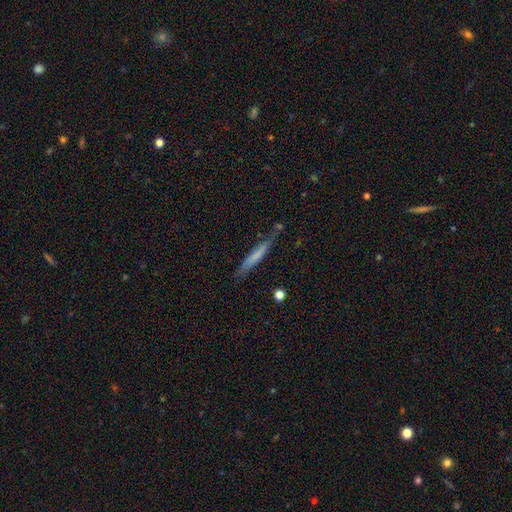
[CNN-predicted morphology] Q: Smooth or featured?
A: smooth (59%); runner-up: featured or disk (34%)
Q: How rounded?
A: cigar-shaped (94%); runner-up: in between (5%)
Q: Merging?
A: none (72%); runner-up: minor disturbance (20%)